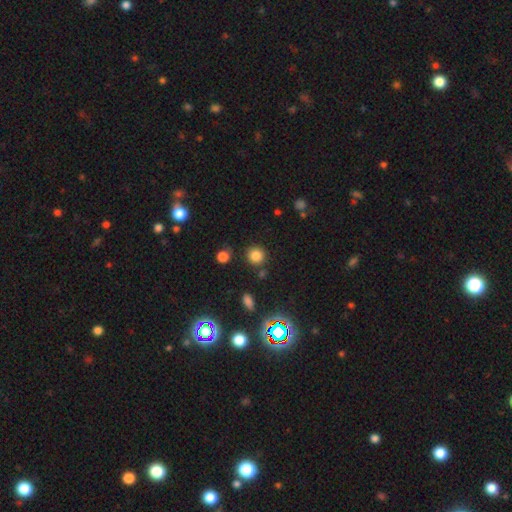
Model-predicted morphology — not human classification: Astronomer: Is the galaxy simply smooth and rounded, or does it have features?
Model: smooth — 79%.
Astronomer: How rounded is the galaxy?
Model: round — 91%.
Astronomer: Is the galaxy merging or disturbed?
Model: none — 83%.